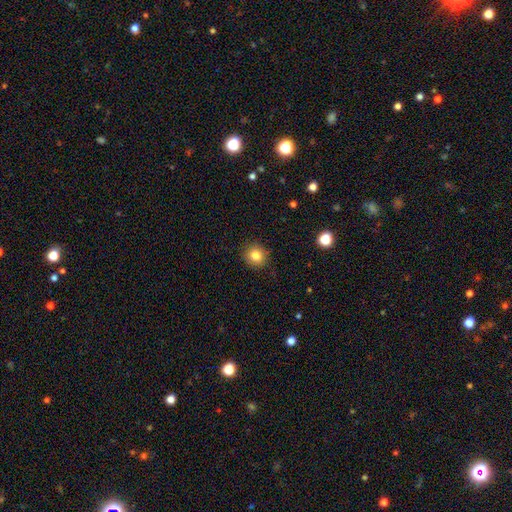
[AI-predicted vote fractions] Smooth or featured? smooth (82%)
How rounded? round (88%)
Merging? none (89%)